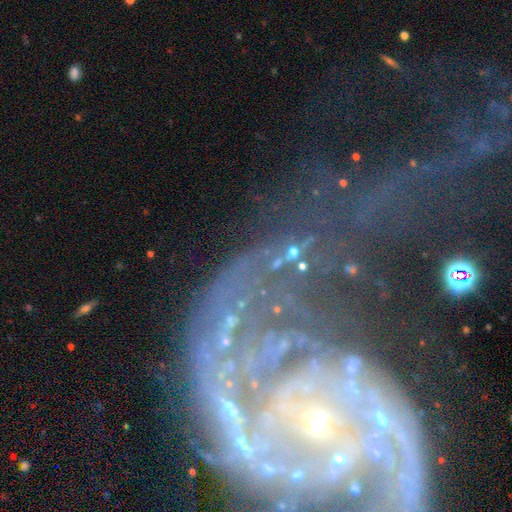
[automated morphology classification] The model was most divided on "merging": major disturbance: 39%, none: 34%, minor disturbance: 17%, merger: 10%. More confident: edge-on disk — no (95%); spiral arms — yes (72%); smooth or featured — featured or disk (70%); bar — no (61%); bulge size — small (56%).